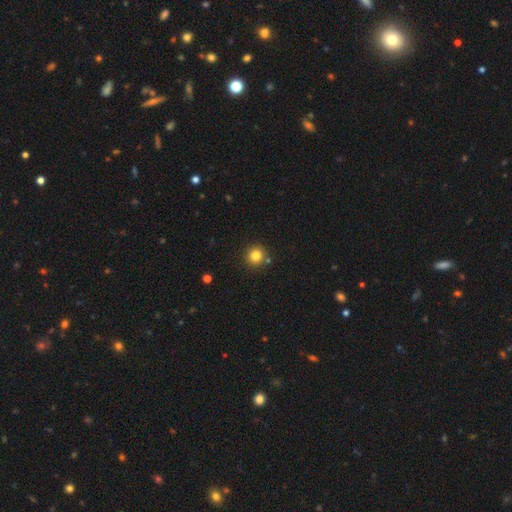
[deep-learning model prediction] smooth_or_featured: smooth (p=0.81) [alt: star or artifact p=0.13]
how_rounded: round (p=0.92) [alt: in between p=0.07]
merging: none (p=0.84) [alt: minor disturbance p=0.07]